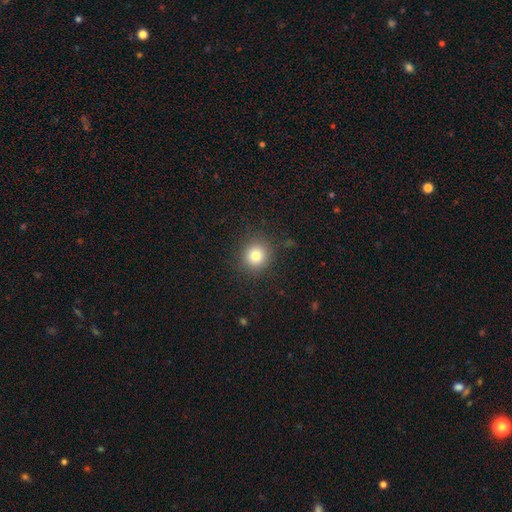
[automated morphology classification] The model was most divided on "smooth or featured": smooth: 79%, star or artifact: 13%, featured or disk: 8%. More confident: how rounded — round (91%); merging — none (88%).